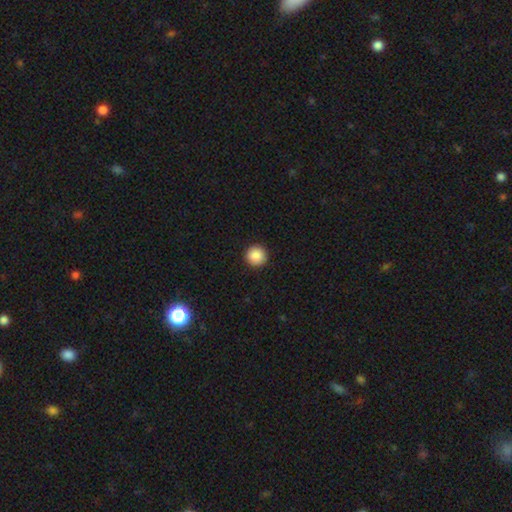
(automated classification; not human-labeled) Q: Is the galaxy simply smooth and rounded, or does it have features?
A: smooth — 88%.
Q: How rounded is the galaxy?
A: round — 96%.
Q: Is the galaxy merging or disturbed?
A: none — 93%.